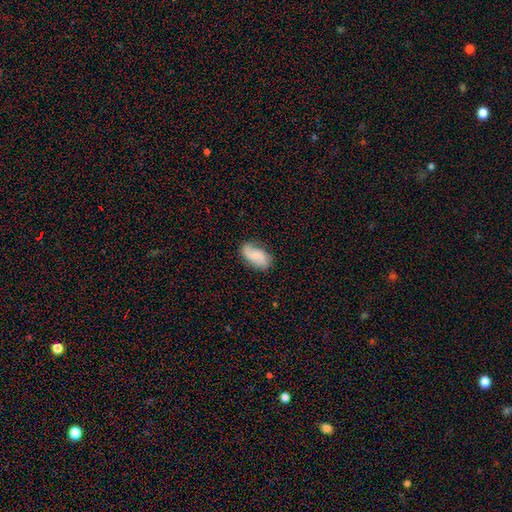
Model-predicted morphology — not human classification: The model was most divided on "smooth or featured": smooth: 49%, featured or disk: 43%, star or artifact: 7%. More confident: merging — none (73%).